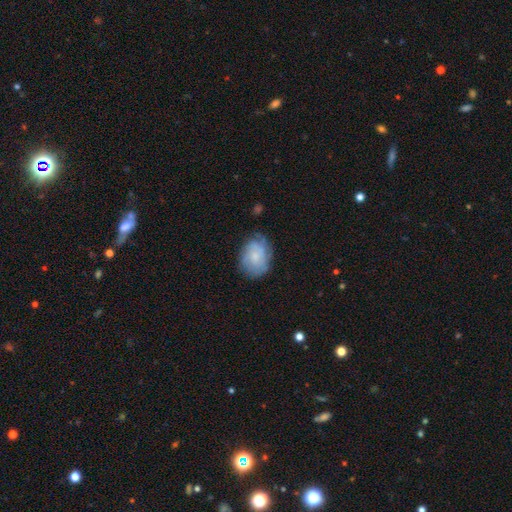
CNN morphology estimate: smooth-or-featured: smooth: 48% | featured or disk: 44% | star or artifact: 8%
  merging: none: 67% | minor disturbance: 23% | major disturbance: 8% | merger: 1%